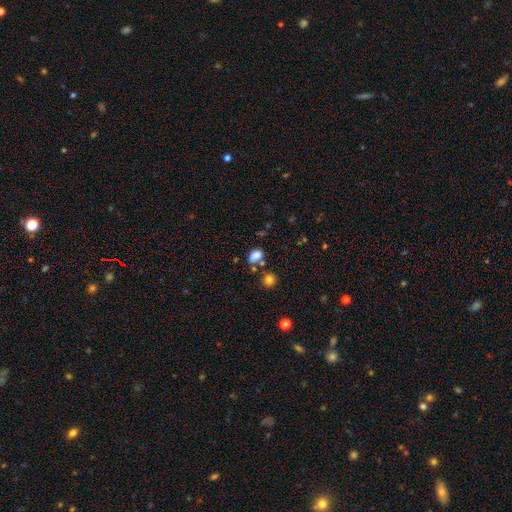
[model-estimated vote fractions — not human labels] Smooth or featured? Predicted: smooth (p=0.78). How rounded? Predicted: in between (p=0.72). Merging? Predicted: none (p=0.51).